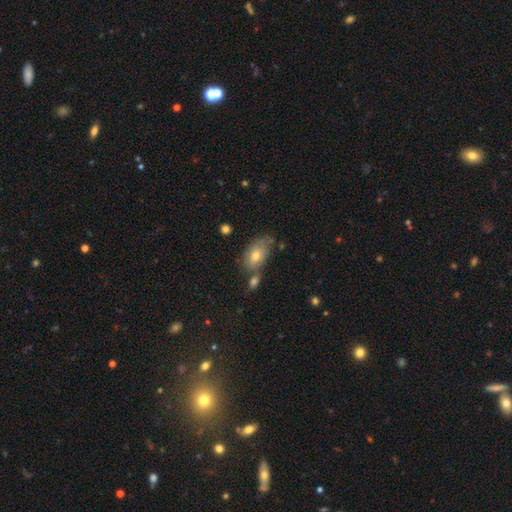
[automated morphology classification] Q: Smooth or featured?
A: smooth (69%); runner-up: featured or disk (21%)
Q: How rounded?
A: in between (89%); runner-up: round (8%)
Q: Merging?
A: none (54%); runner-up: minor disturbance (21%)